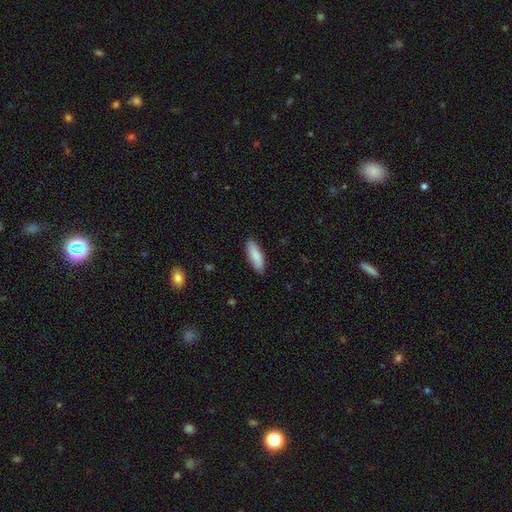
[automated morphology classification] Smooth or featured? Predicted: smooth (p=0.87). How rounded? Predicted: in between (p=0.57). Merging? Predicted: none (p=0.88).